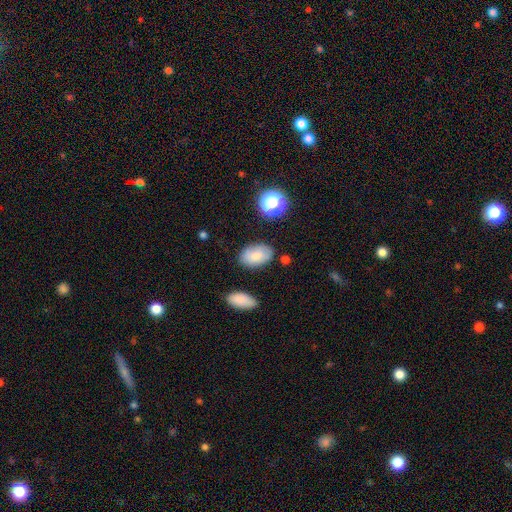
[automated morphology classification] smooth 76%, featured or disk 15%, star or artifact 9%. Down the decision tree: how rounded — in between (89%); merging — none (77%).